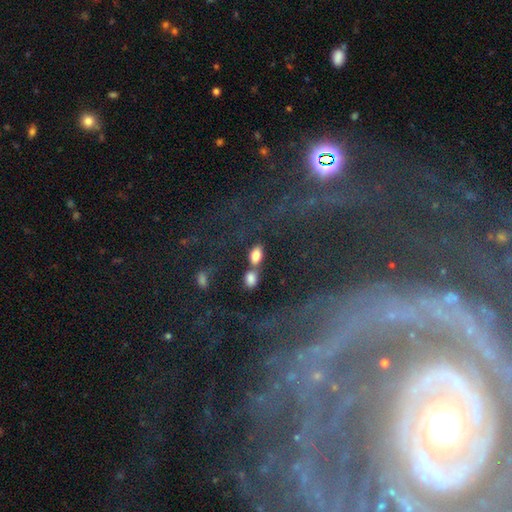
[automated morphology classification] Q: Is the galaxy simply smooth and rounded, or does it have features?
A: smooth — 81%.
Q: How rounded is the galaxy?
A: in between — 85%.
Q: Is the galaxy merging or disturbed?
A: none — 48%.